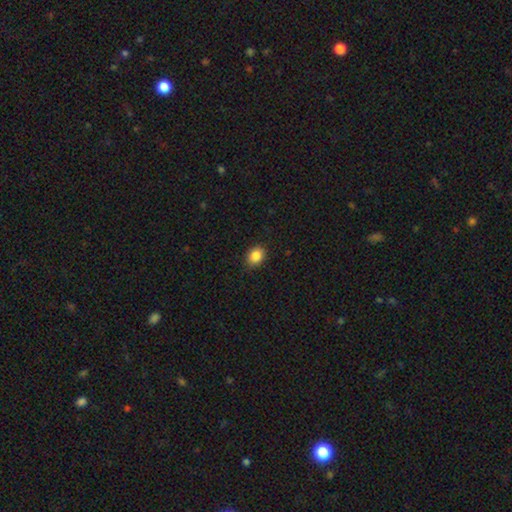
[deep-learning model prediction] Q: Smooth or featured?
A: smooth (87%); runner-up: star or artifact (9%)
Q: How rounded?
A: in between (58%); runner-up: round (41%)
Q: Merging?
A: none (87%); runner-up: minor disturbance (10%)